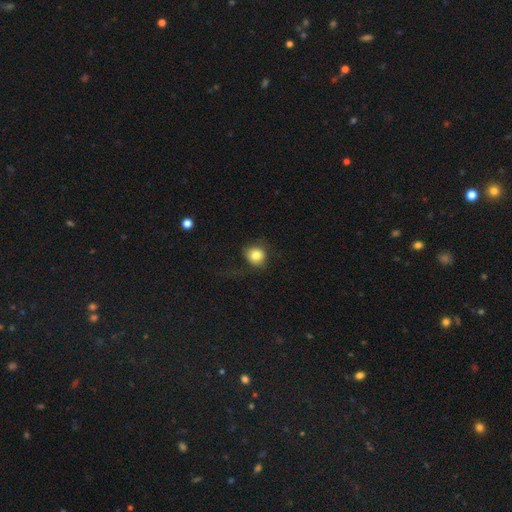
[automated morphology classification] type=smooth (81%); roundness=round (82%); merging=none (72%).